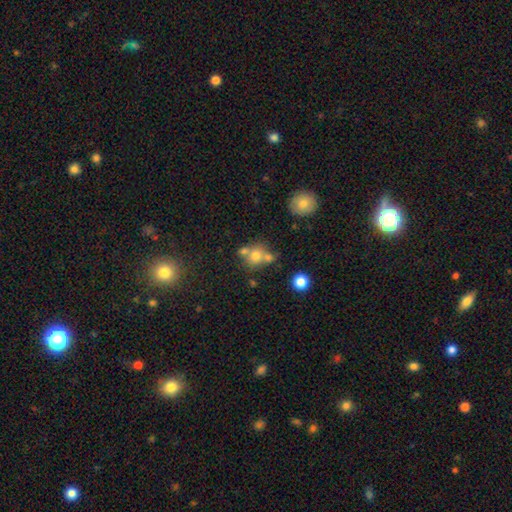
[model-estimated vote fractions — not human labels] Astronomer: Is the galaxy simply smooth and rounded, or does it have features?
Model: smooth — 66%.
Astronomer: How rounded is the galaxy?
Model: round — 76%.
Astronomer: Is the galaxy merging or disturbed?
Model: none — 44% (runner-up: merger, 39%).